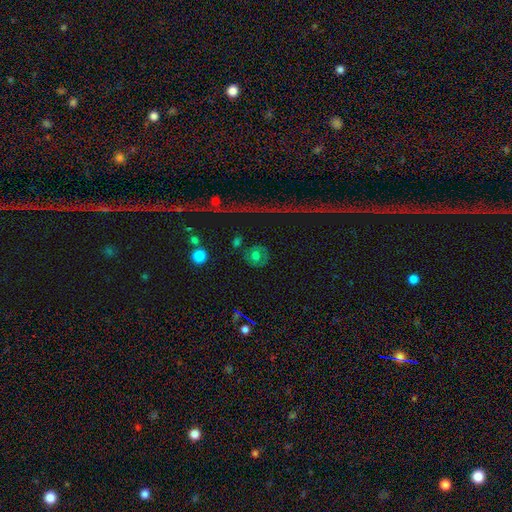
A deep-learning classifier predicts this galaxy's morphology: Overall: smooth (54%; featured or disk 35%). How rounded: round (85%). Merging: none (81%).